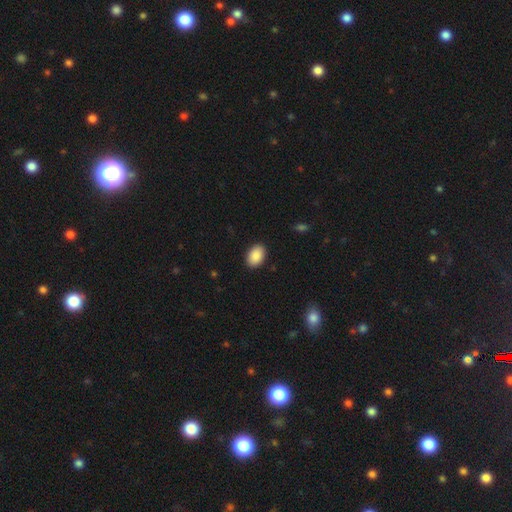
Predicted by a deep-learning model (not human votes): This is clearly a smooth galaxy (90%). How rounded: clearly in between (87%). Merging: clearly none (90%).